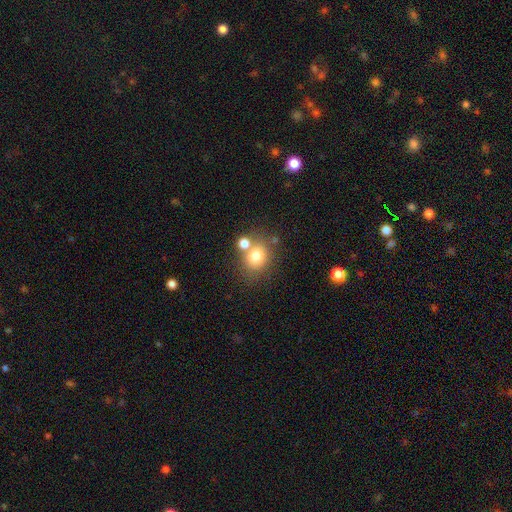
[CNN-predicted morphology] smooth-or-featured: smooth: 76% | star or artifact: 13% | featured or disk: 11%
  how-rounded: round: 74% | in between: 25% | cigar-shaped: 1%
  merging: none: 62% | merger: 23% | minor disturbance: 11% | major disturbance: 4%